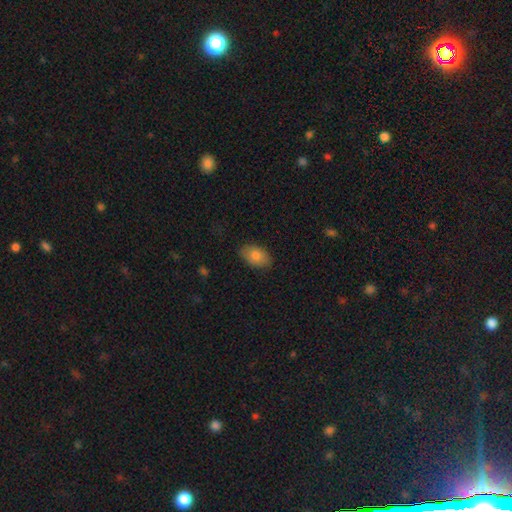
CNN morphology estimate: A smooth galaxy with no disk features (82%) that is in between round and cigar-shaped (90%).

Vote fractions:
- Smooth or featured? smooth: 82% / featured or disk: 11% / star or artifact: 7%
- How rounded? in between: 90% / round: 9% / cigar-shaped: 1%
- Merging? none: 84% / minor disturbance: 12% / major disturbance: 2% / merger: 1%